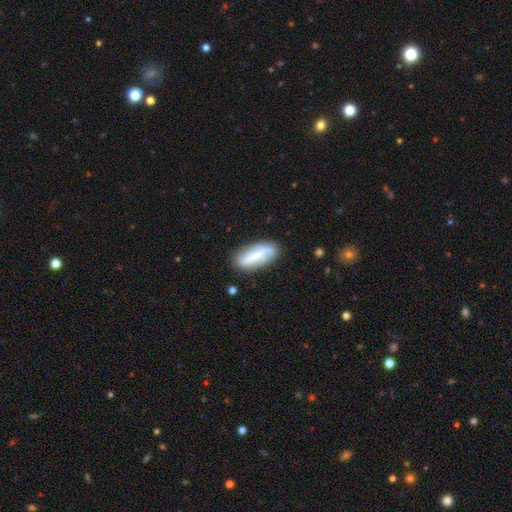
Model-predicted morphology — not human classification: The model was most divided on "smooth or featured": smooth: 48%, featured or disk: 45%, star or artifact: 7%. More confident: merging — none (73%).